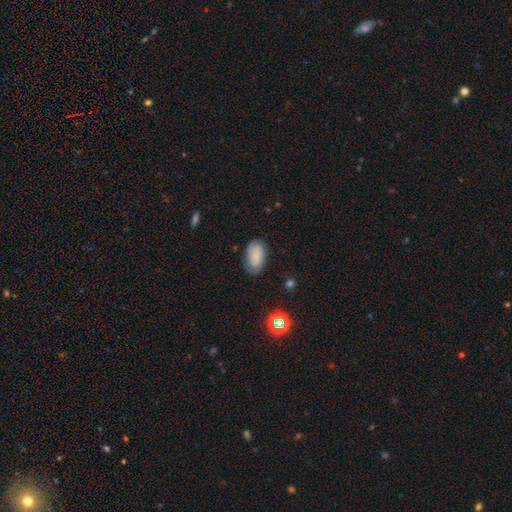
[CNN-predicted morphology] A smooth galaxy with no disk features (61%) that is in between round and cigar-shaped (92%). Merging: none (70%).